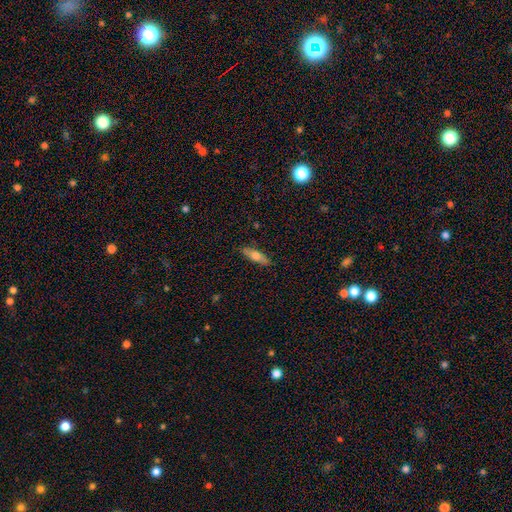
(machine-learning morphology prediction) Smooth or featured?
  - smooth: 63% *
  - featured or disk: 30%
  - star or artifact: 6%
How rounded?
  - cigar-shaped: 52% *
  - in between: 46%
  - round: 3%
Merging?
  - none: 86% *
  - minor disturbance: 11%
  - major disturbance: 2%
  - merger: 1%